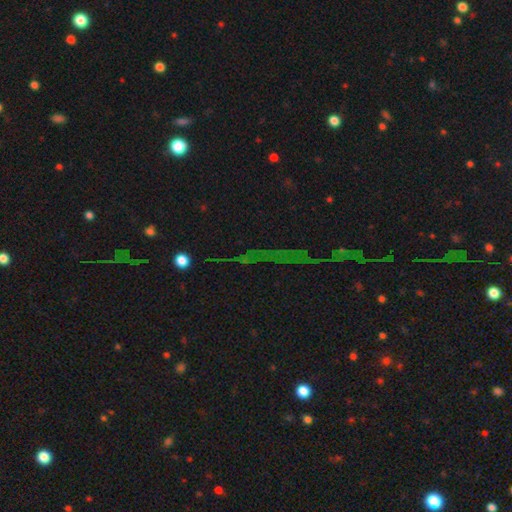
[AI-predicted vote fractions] Morphology: type=star or artifact (71%).